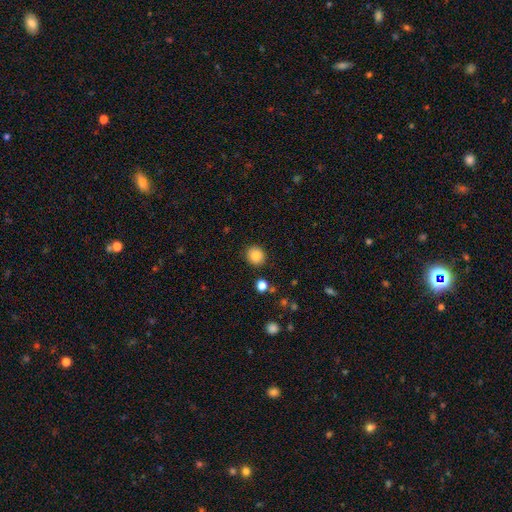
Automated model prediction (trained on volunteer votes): This is clearly a smooth galaxy (84%). How rounded: clearly round (84%). Merging: clearly none (89%).